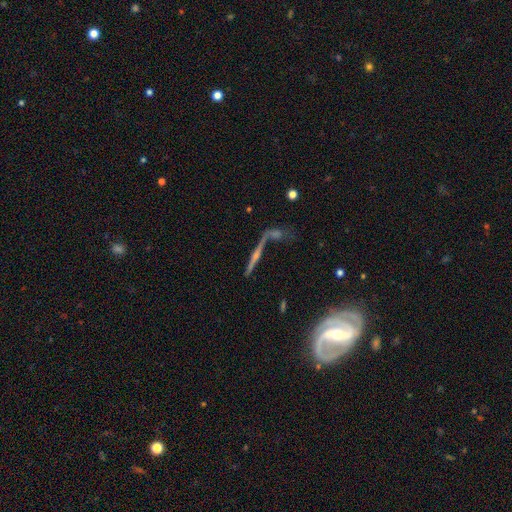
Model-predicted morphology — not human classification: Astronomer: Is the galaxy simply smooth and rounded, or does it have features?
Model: featured or disk — 60%.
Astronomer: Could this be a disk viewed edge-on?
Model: no — 60% (runner-up: yes, 40%).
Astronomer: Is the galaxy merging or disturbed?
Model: none — 57%.